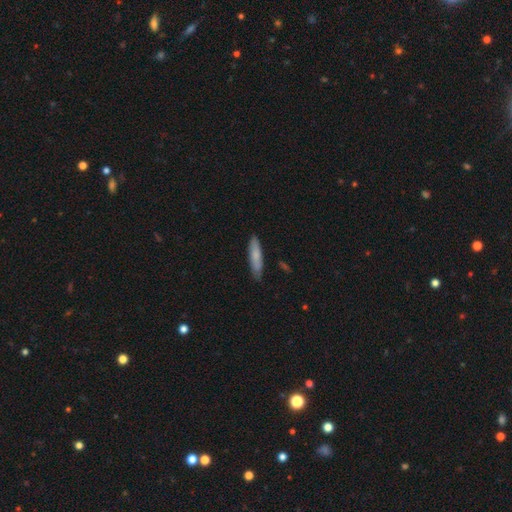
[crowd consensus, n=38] smooth-or-featured: smooth: 87% | featured or disk: 11% | star or artifact: 3%
  how-rounded: cigar-shaped: 91% | in between: 9% | round: 0%
  merging: none: 78% | minor disturbance: 22% | major disturbance: 0% | merger: 0%